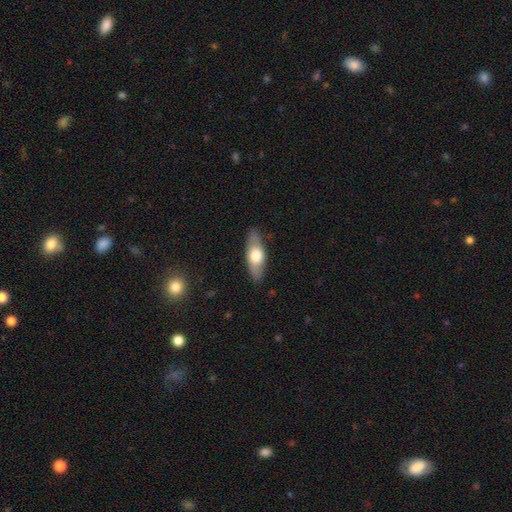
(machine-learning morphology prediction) A smooth galaxy with no disk features (55%) that is in between round and cigar-shaped (64%).

Vote fractions:
- Smooth or featured? smooth: 55% / featured or disk: 39% / star or artifact: 6%
- How rounded? in between: 64% / cigar-shaped: 33% / round: 3%
- Merging? none: 85% / minor disturbance: 12% / major disturbance: 3% / merger: 1%